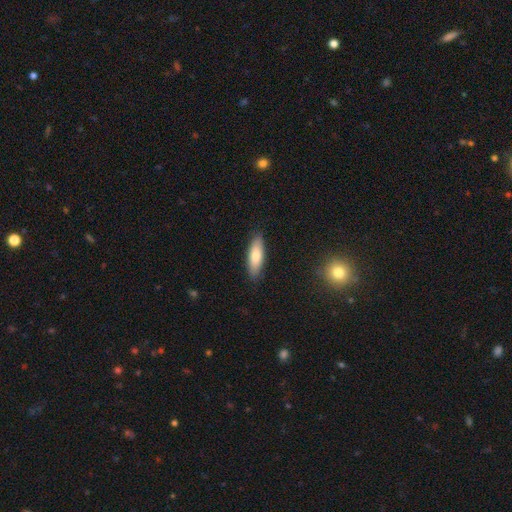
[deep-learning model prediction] smooth_or_featured: smooth (p=0.77) [alt: featured or disk p=0.17]
how_rounded: in between (p=0.58) [alt: cigar-shaped p=0.40]
merging: none (p=0.86) [alt: minor disturbance p=0.10]